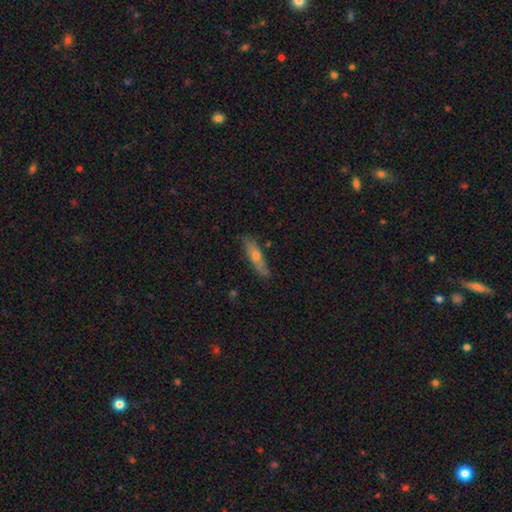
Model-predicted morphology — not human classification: Smooth or featured?
  - smooth: 52% *
  - featured or disk: 41%
  - star or artifact: 7%
How rounded?
  - cigar-shaped: 73% *
  - in between: 24%
  - round: 2%
Merging?
  - none: 81% *
  - minor disturbance: 15%
  - major disturbance: 2%
  - merger: 2%